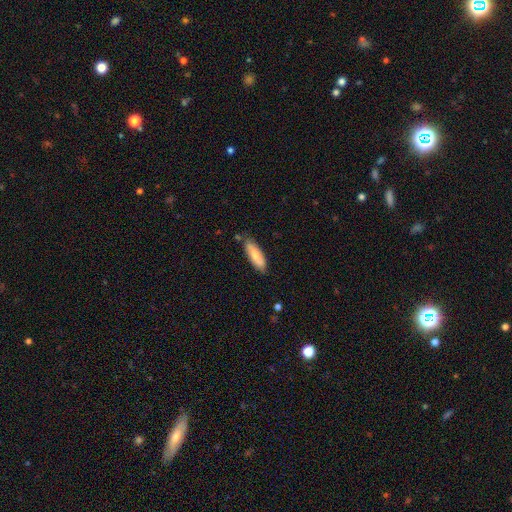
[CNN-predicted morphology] A smooth galaxy with no disk features (75%) that is in between round and cigar-shaped (51%). Merging: none (78%).